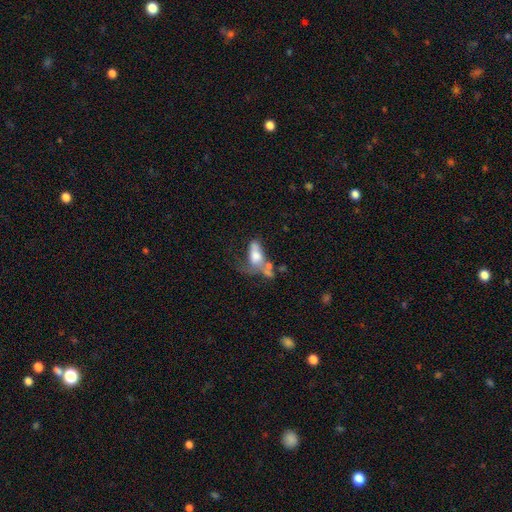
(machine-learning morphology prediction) Q: Smooth or featured?
A: smooth (57%); runner-up: featured or disk (34%)
Q: How rounded?
A: in between (80%); runner-up: cigar-shaped (14%)
Q: Merging?
A: major disturbance (38%); runner-up: merger (33%)